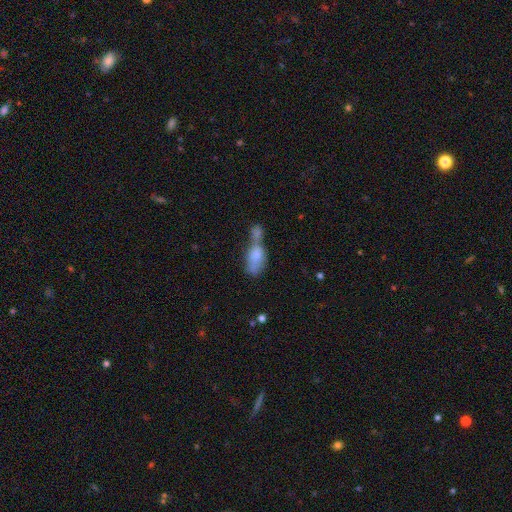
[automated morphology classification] This is likely a smooth galaxy (71%). How rounded: likely in between (80%). Merging: likely merger (66%).